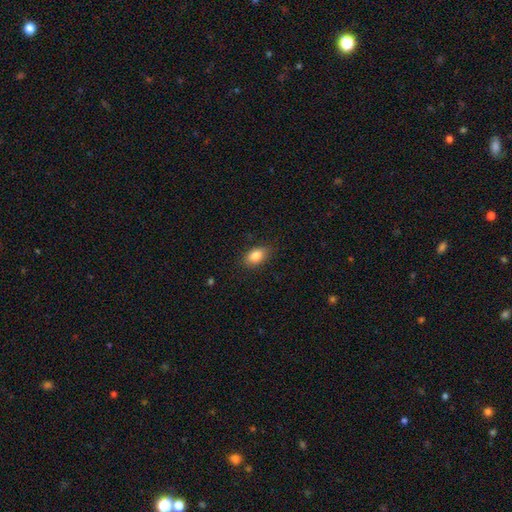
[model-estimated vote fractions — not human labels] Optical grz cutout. It shows a smooth galaxy with no disk features (85%) that is in between round and cigar-shaped (89%). Merging: none (85%).